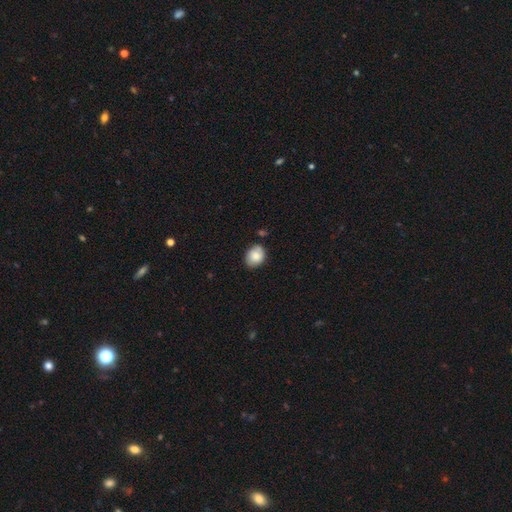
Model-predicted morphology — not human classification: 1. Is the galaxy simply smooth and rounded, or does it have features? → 81% smooth, 11% featured or disk, 8% star or artifact.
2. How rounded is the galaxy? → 53% in between, 46% round, 1% cigar-shaped.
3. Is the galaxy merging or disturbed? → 74% none, 19% minor disturbance, 4% merger, 3% major disturbance.